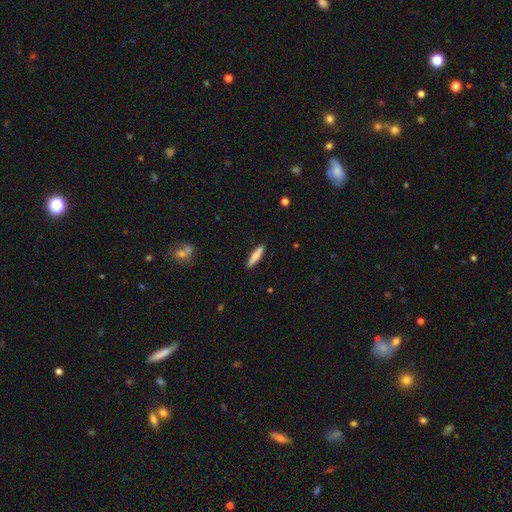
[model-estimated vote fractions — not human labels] smooth 72%, featured or disk 22%, star or artifact 6%. Down the decision tree: how rounded — cigar-shaped (83%); merging — none (89%).